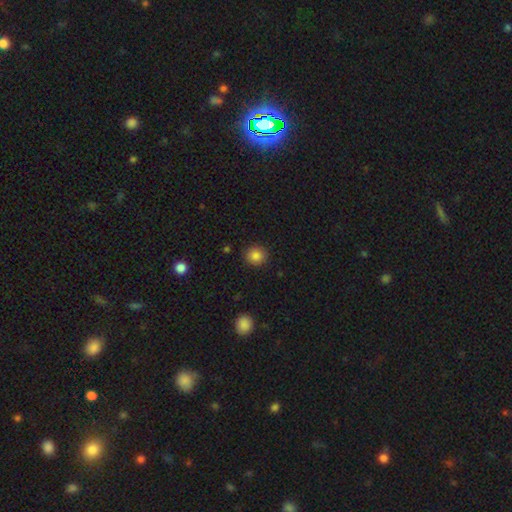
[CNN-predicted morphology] Smooth or featured: smooth — 85% (star or artifact — 10%)
How rounded: round — 86% (in between — 13%)
Merging: none — 89% (minor disturbance — 8%)